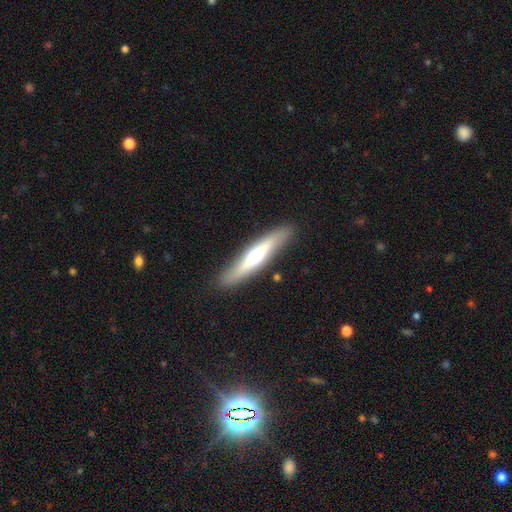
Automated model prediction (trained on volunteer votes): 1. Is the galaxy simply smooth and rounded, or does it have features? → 52% featured or disk, 43% smooth, 5% star or artifact.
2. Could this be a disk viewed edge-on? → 88% yes, 12% no.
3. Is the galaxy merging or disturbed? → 89% none, 8% minor disturbance, 2% major disturbance, 1% merger.